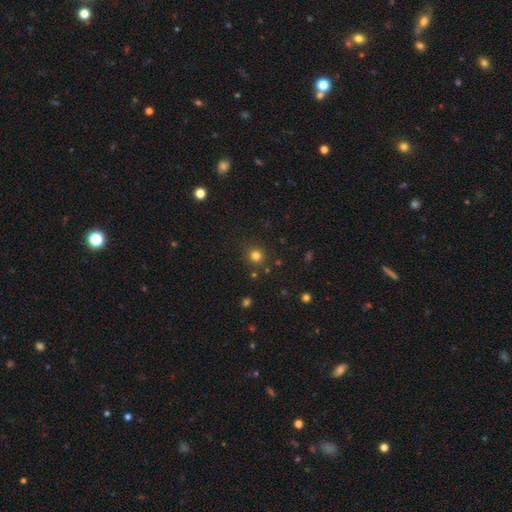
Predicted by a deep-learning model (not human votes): Smooth or featured?
  - smooth: 80% *
  - star or artifact: 15%
  - featured or disk: 5%
How rounded?
  - round: 89% *
  - in between: 11%
  - cigar-shaped: 1%
Merging?
  - none: 86% *
  - minor disturbance: 8%
  - merger: 3%
  - major disturbance: 3%